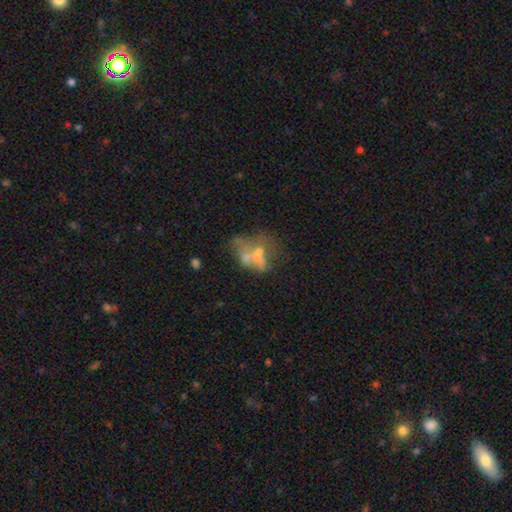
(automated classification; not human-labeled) Q: Smooth or featured?
A: featured or disk (49%); runner-up: smooth (36%)
Q: Merging?
A: merger (40%); runner-up: major disturbance (25%)